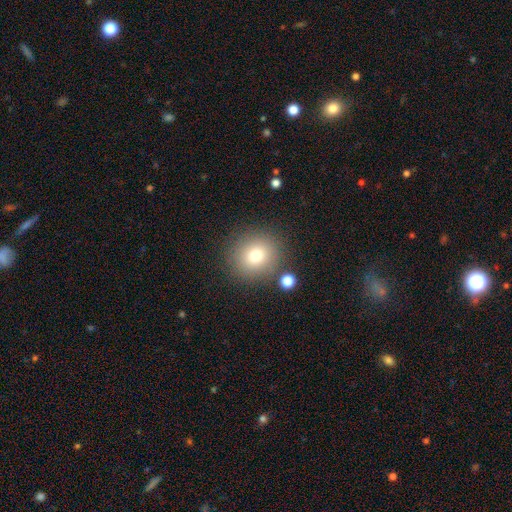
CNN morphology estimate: Smooth or featured?
  - smooth: 76% *
  - star or artifact: 13%
  - featured or disk: 11%
How rounded?
  - round: 88% *
  - in between: 11%
  - cigar-shaped: 1%
Merging?
  - none: 84% *
  - minor disturbance: 9%
  - merger: 4%
  - major disturbance: 3%